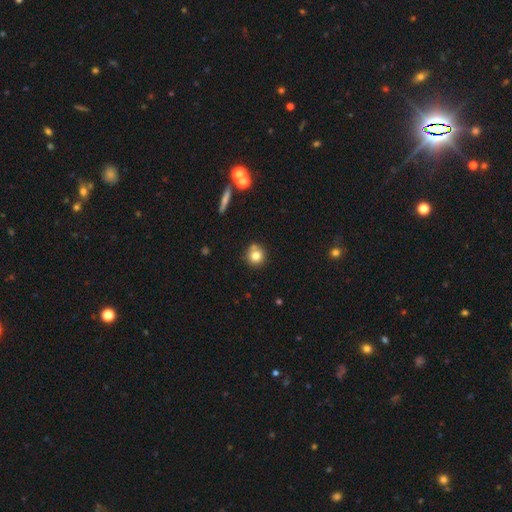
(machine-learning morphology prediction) A smooth galaxy with no disk features (78%) that is round (90%). Merging: none (72%).